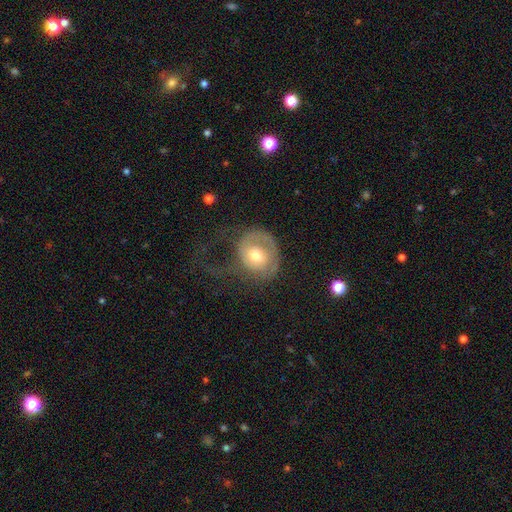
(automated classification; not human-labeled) A featured or disk galaxy (49%).

Vote fractions:
- Smooth or featured? featured or disk: 49% / smooth: 44% / star or artifact: 7%
- Merging? major disturbance: 47% / none: 32% / minor disturbance: 19% / merger: 2%